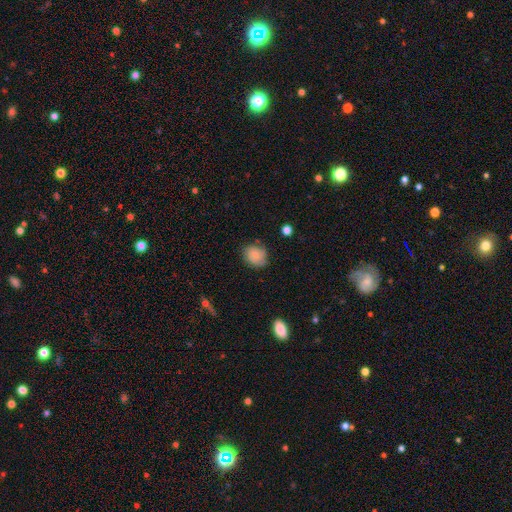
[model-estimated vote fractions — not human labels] Smooth or featured? Predicted: smooth (p=0.75). How rounded? Predicted: round (p=0.56). Merging? Predicted: none (p=0.68).